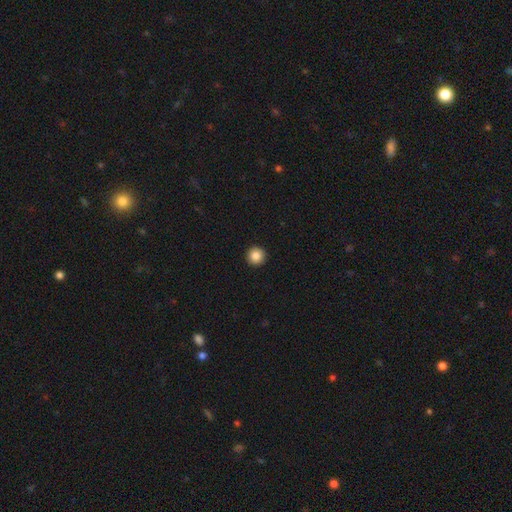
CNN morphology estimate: Q: Smooth or featured?
A: smooth (86%); runner-up: star or artifact (9%)
Q: How rounded?
A: round (97%); runner-up: in between (2%)
Q: Merging?
A: none (94%); runner-up: minor disturbance (4%)